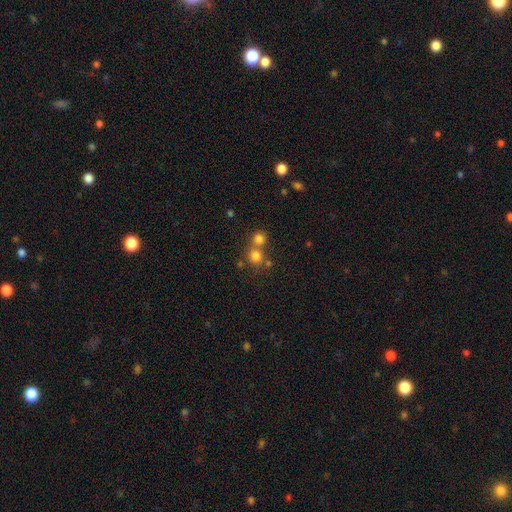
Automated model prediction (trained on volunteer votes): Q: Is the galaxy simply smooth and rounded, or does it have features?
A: smooth — 76%.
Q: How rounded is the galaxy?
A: round — 88%.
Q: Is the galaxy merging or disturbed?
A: none — 51%.